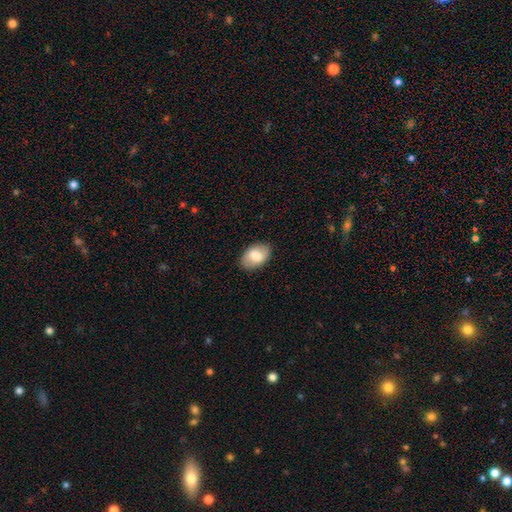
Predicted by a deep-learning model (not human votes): smooth-or-featured: smooth: 74% | featured or disk: 20% | star or artifact: 6%
  how-rounded: in between: 91% | round: 8% | cigar-shaped: 1%
  merging: none: 87% | minor disturbance: 10% | major disturbance: 2% | merger: 1%